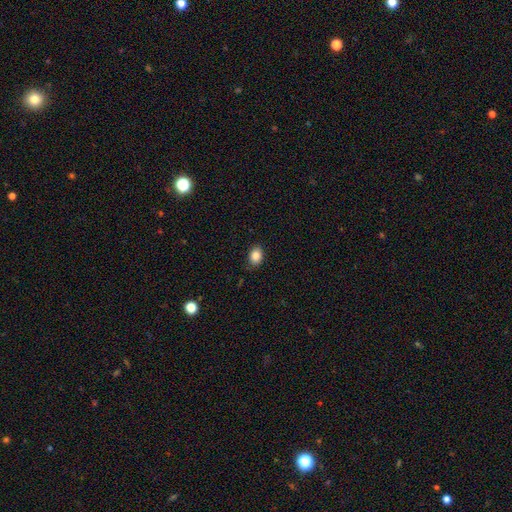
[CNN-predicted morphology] Q: Smooth or featured?
A: smooth (84%); runner-up: star or artifact (9%)
Q: How rounded?
A: in between (73%); runner-up: round (26%)
Q: Merging?
A: none (86%); runner-up: minor disturbance (11%)